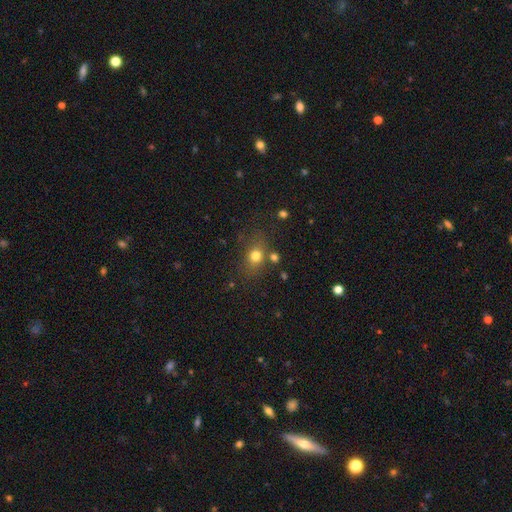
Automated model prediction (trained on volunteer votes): This appears to be a smooth galaxy with no disk features (74%) that is round (52%). Merging: none (70%).